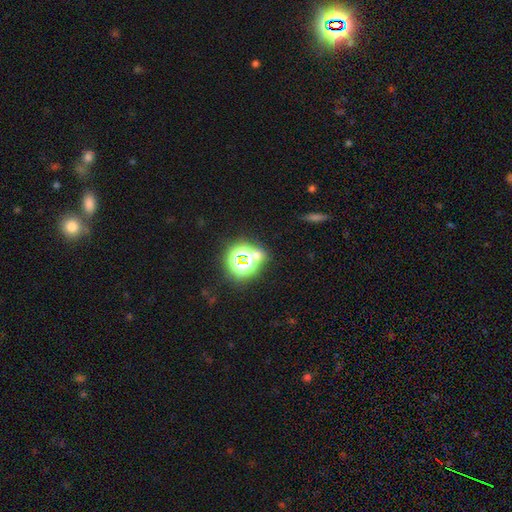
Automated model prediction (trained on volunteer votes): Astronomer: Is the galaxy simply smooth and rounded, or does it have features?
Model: star or artifact — 67%.